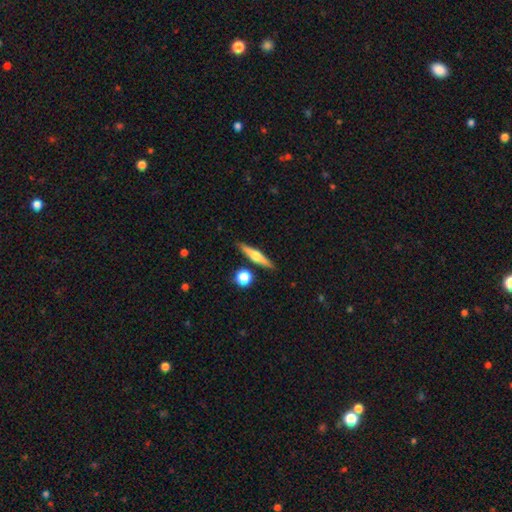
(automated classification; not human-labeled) Smooth or featured? featured or disk (58%)
Edge-on disk? yes (96%)
Edge-on bulge? rounded (91%)
Merging? none (86%)